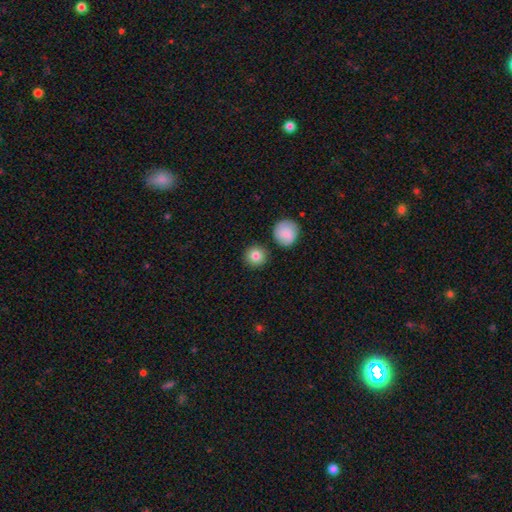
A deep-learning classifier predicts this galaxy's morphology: Smooth or featured?
  - smooth: 85% *
  - star or artifact: 9%
  - featured or disk: 6%
How rounded?
  - round: 93% *
  - in between: 6%
  - cigar-shaped: 1%
Merging?
  - none: 86% *
  - minor disturbance: 7%
  - merger: 5%
  - major disturbance: 2%